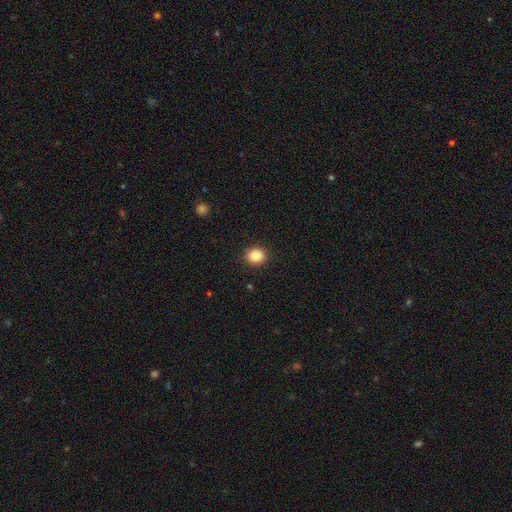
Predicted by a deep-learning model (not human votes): Smooth or featured?
  - smooth: 86% *
  - star or artifact: 10%
  - featured or disk: 5%
How rounded?
  - round: 74% *
  - in between: 25%
  - cigar-shaped: 1%
Merging?
  - none: 91% *
  - minor disturbance: 6%
  - major disturbance: 2%
  - merger: 1%